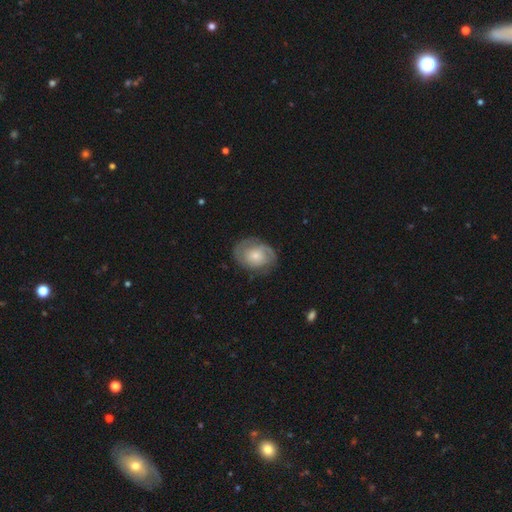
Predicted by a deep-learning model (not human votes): This is likely a featured or disk galaxy (63%). It is clearly not viewed edge-on (97%). Bar: likely no (76%). Spiral arm pattern: clearly yes (83%). Spiral arm count: possibly 2 (57%). Spiral winding: possibly tight (50%). Central bulge: likely small (63%). Merging: likely none (71%).